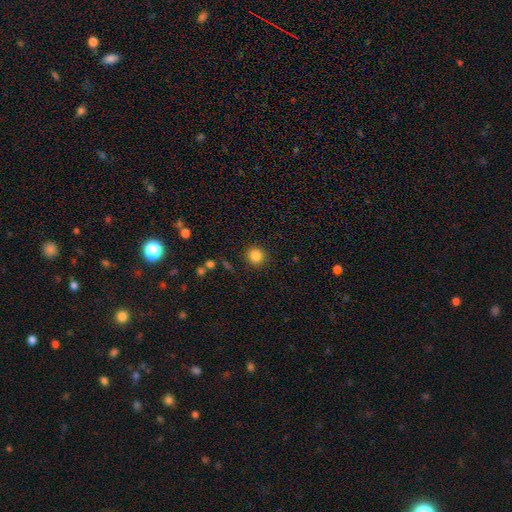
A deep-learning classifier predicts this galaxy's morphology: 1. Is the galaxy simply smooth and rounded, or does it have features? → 85% smooth, 11% star or artifact, 5% featured or disk.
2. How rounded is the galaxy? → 93% round, 6% in between, 1% cigar-shaped.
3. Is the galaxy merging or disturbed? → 89% none, 7% minor disturbance, 2% major disturbance, 2% merger.